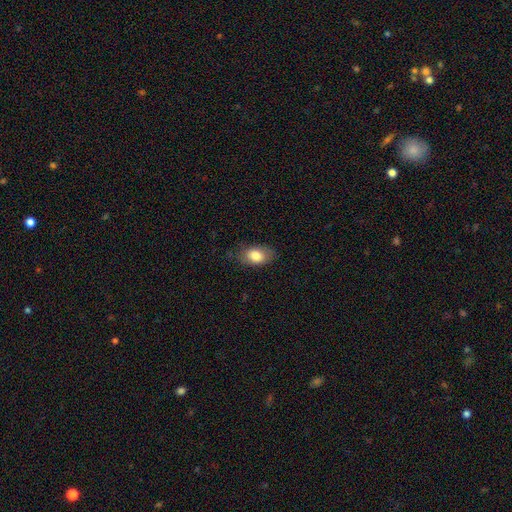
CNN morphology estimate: The model was most divided on "merging": none: 75%, minor disturbance: 19%, major disturbance: 5%, merger: 1%. More confident: how rounded — in between (87%); smooth or featured — smooth (83%).